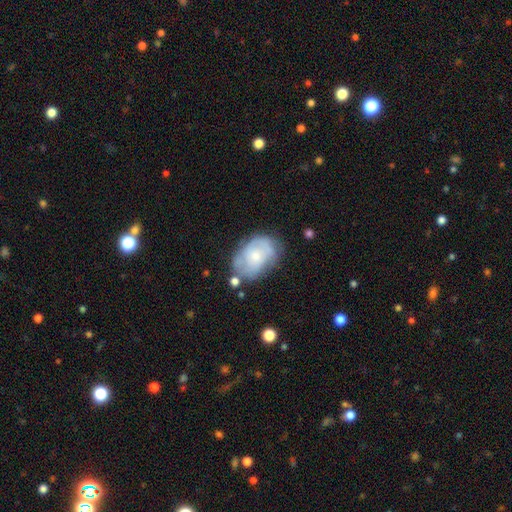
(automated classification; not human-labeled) Smooth or featured? featured or disk (50%)
Edge-on disk? no (96%)
Merging? none (52%)